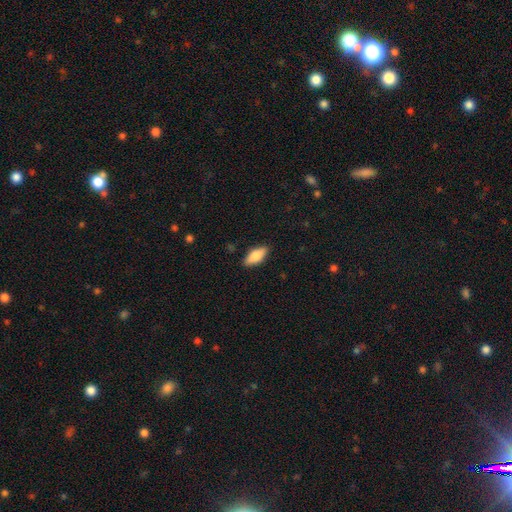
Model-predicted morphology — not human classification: Smooth or featured? Predicted: smooth (p=0.74). How rounded? Predicted: in between (p=0.81). Merging? Predicted: none (p=0.87).